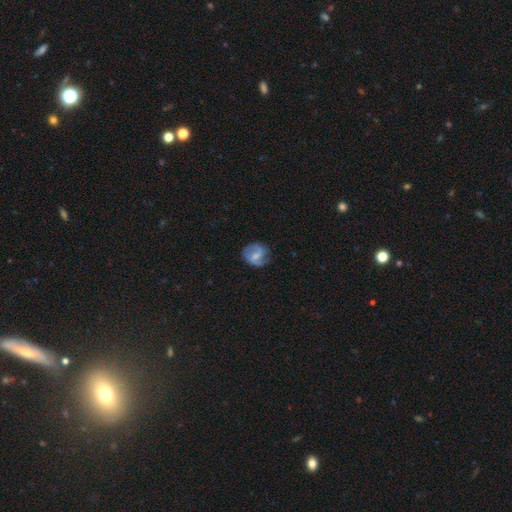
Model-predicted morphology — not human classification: A featured or disk galaxy (73%) with a weak bar (53%), 2 (84%) medium (49%) spiral arms (91%) and a small central bulge (45%).

Vote fractions:
- Smooth or featured? featured or disk: 73% / smooth: 21% / star or artifact: 6%
- Edge-on disk? no: 98% / yes: 2%
- Bar? weak: 53% / strong: 25% / no: 23%
- Spiral arms? yes: 91% / no: 9%
- Spiral winding? medium: 49% / loose: 27% / tight: 24%
- Spiral arm count? 2: 84% / can't tell: 7% / 1: 6% / 3: 2% / 4: 1% / more than 4: 1%
- Bulge size? small: 45% / moderate: 39% / none: 12% / large: 3% / dominant: 1%
- Merging? none: 73% / minor disturbance: 19% / major disturbance: 7% / merger: 1%